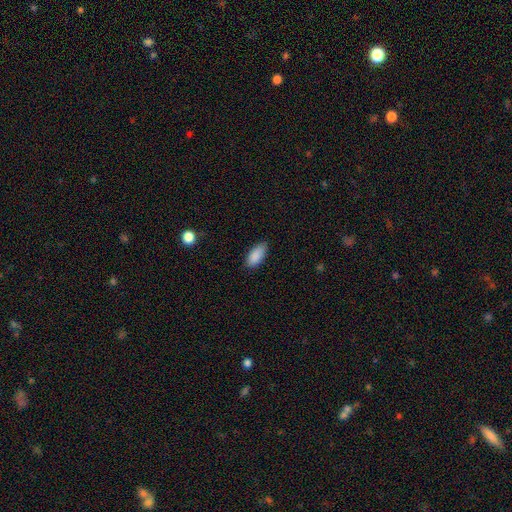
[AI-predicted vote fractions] This is clearly a smooth galaxy (89%). How rounded: clearly in between (90%). Merging: clearly none (81%).